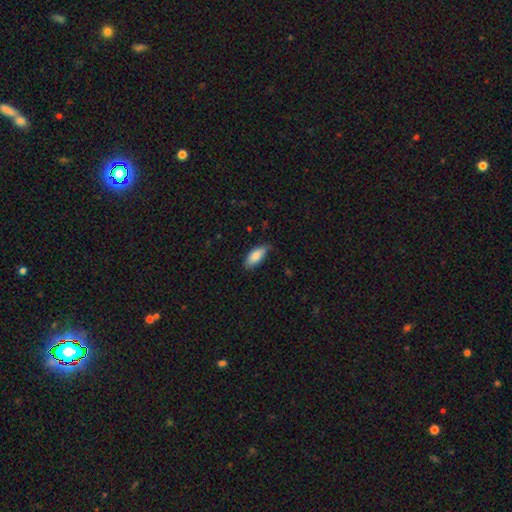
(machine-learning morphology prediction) Overall: smooth (84%). How rounded: in between (84%). Merging: none (69%).